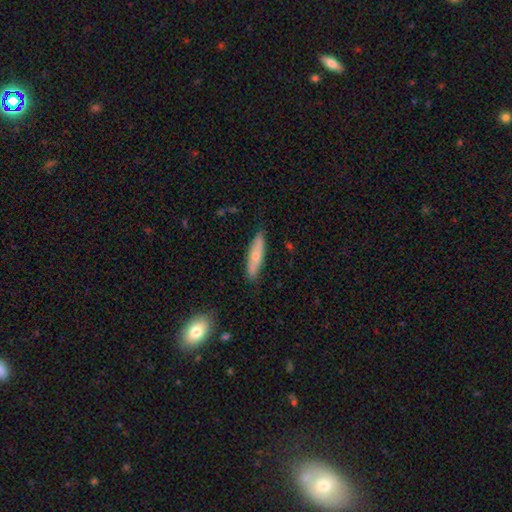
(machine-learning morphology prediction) Smooth or featured? Predicted: smooth (p=0.59). How rounded? Predicted: cigar-shaped (p=0.77). Merging? Predicted: none (p=0.85).